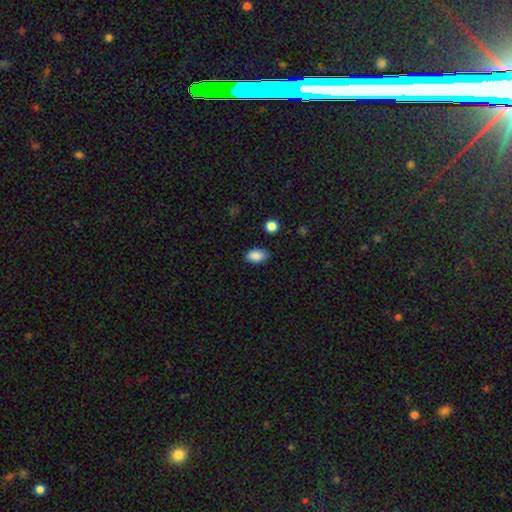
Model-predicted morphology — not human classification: Smooth or featured?
  - smooth: 88% *
  - star or artifact: 8%
  - featured or disk: 4%
How rounded?
  - in between: 91% *
  - round: 7%
  - cigar-shaped: 2%
Merging?
  - none: 84% *
  - minor disturbance: 12%
  - major disturbance: 2%
  - merger: 1%